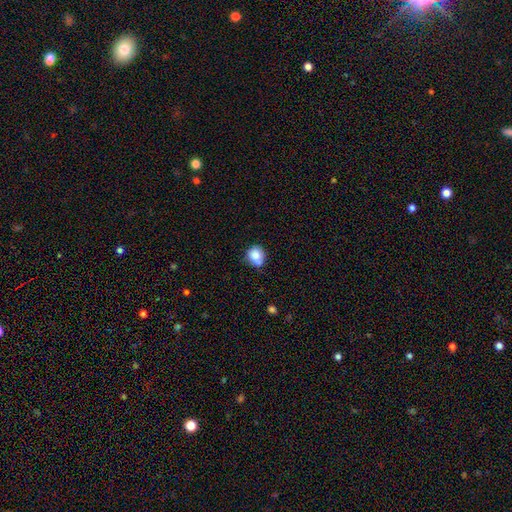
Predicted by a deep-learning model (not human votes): Morphology: type=smooth (81%); roundness=round (74%); merging=none (56%).